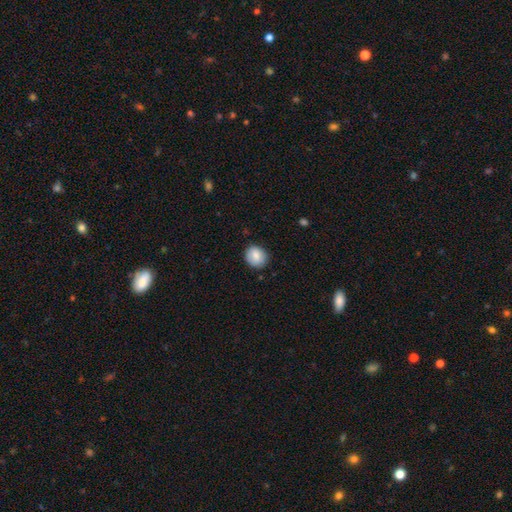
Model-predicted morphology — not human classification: Overall: smooth (83%). How rounded: round (78%). Merging: none (83%).